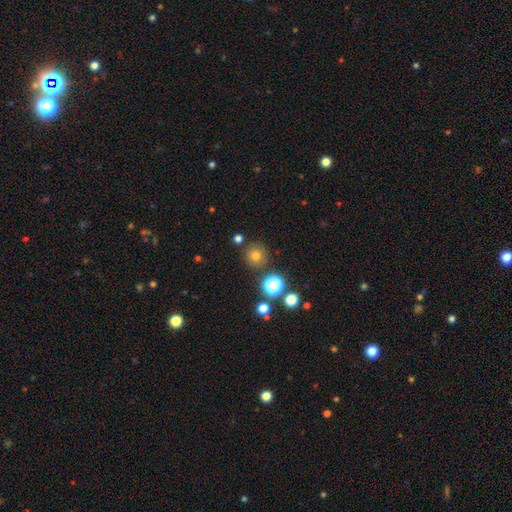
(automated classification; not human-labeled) smooth_or_featured: smooth (p=0.73) [alt: star or artifact p=0.19]
how_rounded: round (p=0.95) [alt: in between p=0.04]
merging: none (p=0.87) [alt: minor disturbance p=0.07]